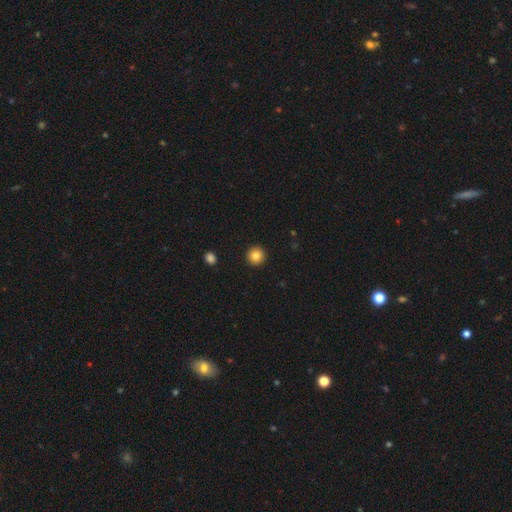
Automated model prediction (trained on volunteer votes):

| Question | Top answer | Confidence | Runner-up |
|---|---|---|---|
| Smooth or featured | smooth | 84% | star or artifact (10%) |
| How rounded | round | 96% | in between (3%) |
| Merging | none | 93% | minor disturbance (4%) |